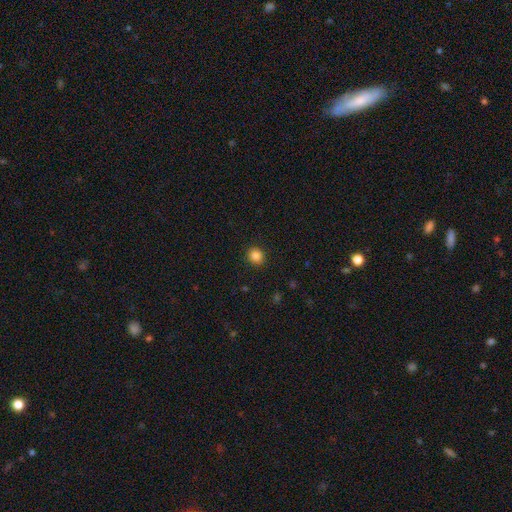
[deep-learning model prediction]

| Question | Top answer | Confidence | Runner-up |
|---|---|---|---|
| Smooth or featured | smooth | 85% | star or artifact (11%) |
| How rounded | round | 84% | in between (15%) |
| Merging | none | 91% | minor disturbance (6%) |